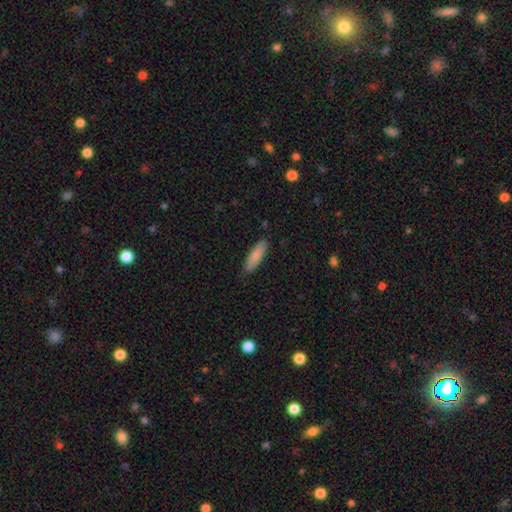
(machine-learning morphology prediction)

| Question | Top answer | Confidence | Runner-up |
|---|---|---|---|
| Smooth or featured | smooth | 86% | featured or disk (8%) |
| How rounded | cigar-shaped | 60% | in between (39%) |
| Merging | none | 85% | minor disturbance (12%) |